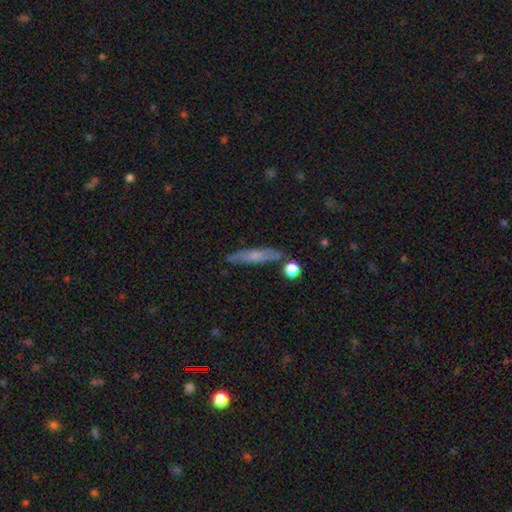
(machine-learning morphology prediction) Smooth or featured: smooth — 49% (featured or disk — 43%)
Merging: none — 81% (minor disturbance — 12%)